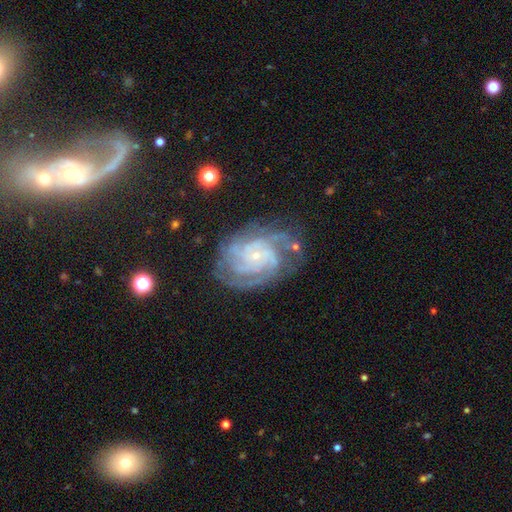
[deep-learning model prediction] Smooth or featured? Predicted: featured or disk (p=0.88). Edge-on disk? Predicted: no (p=0.98). Bar? Predicted: no (p=0.74). Spiral arms? Predicted: yes (p=0.98). Spiral winding? Predicted: tight (p=0.69). Spiral arm count? Predicted: 4 (p=0.30). Bulge size? Predicted: small (p=0.85). Merging? Predicted: none (p=0.69).